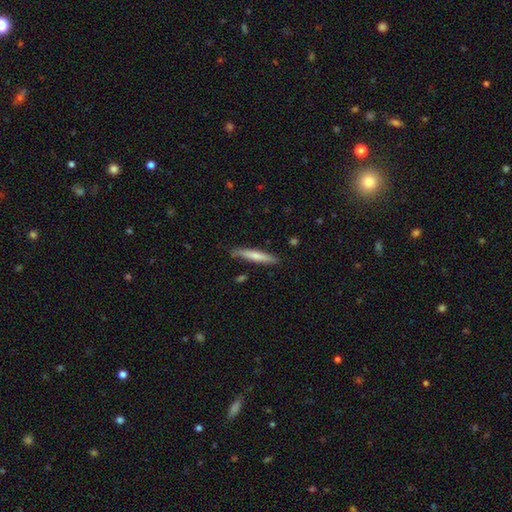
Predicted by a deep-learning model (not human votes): Q: Smooth or featured?
A: smooth (64%); runner-up: featured or disk (30%)
Q: How rounded?
A: cigar-shaped (92%); runner-up: in between (7%)
Q: Merging?
A: none (80%); runner-up: minor disturbance (15%)